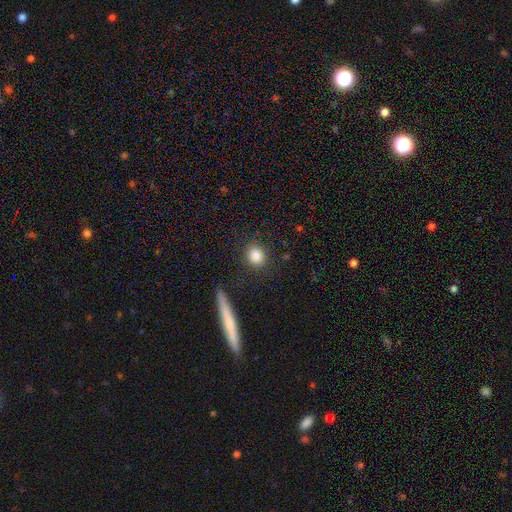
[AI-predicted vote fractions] Smooth or featured?
  - smooth: 85% *
  - star or artifact: 9%
  - featured or disk: 6%
How rounded?
  - round: 78% *
  - in between: 20%
  - cigar-shaped: 3%
Merging?
  - none: 87% *
  - minor disturbance: 8%
  - major disturbance: 3%
  - merger: 2%